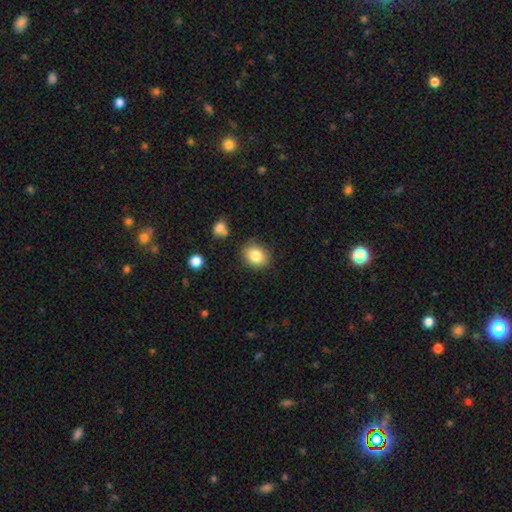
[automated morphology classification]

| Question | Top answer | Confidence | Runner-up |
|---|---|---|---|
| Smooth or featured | smooth | 83% | star or artifact (9%) |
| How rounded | round | 55% | in between (44%) |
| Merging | none | 82% | minor disturbance (12%) |